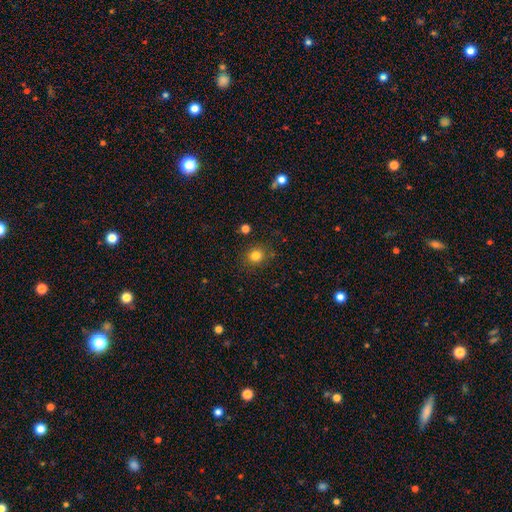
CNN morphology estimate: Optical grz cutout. It shows a smooth galaxy with no disk features (82%) that is round (82%). Merging: none (85%).